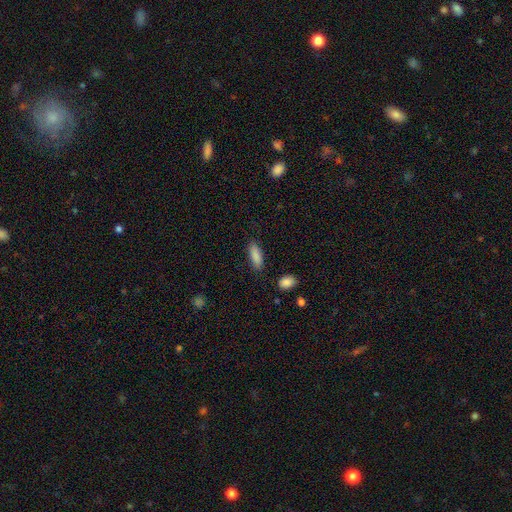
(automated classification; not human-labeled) Smooth or featured: smooth — 88% (star or artifact — 7%)
How rounded: in between — 66% (cigar-shaped — 32%)
Merging: none — 84% (minor disturbance — 11%)